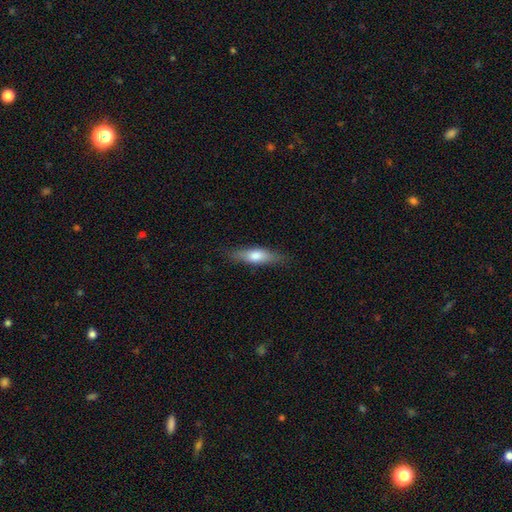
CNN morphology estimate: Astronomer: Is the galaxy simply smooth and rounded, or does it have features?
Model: smooth — 67%.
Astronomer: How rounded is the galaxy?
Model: cigar-shaped — 54% (runner-up: in between, 44%).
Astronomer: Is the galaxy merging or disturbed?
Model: none — 82%.